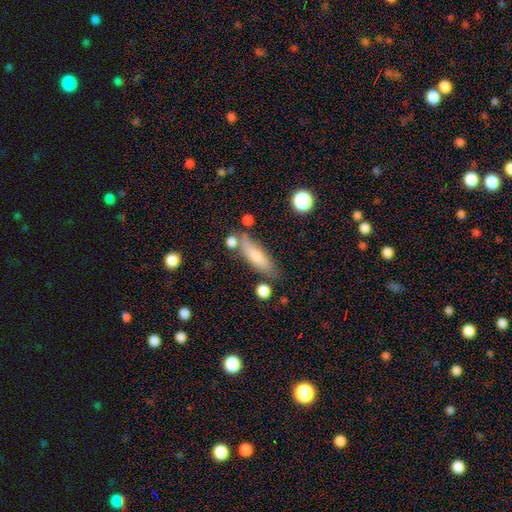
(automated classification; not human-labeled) This is likely a smooth galaxy (71%). How rounded: possibly cigar-shaped (60%). Merging: likely none (68%).